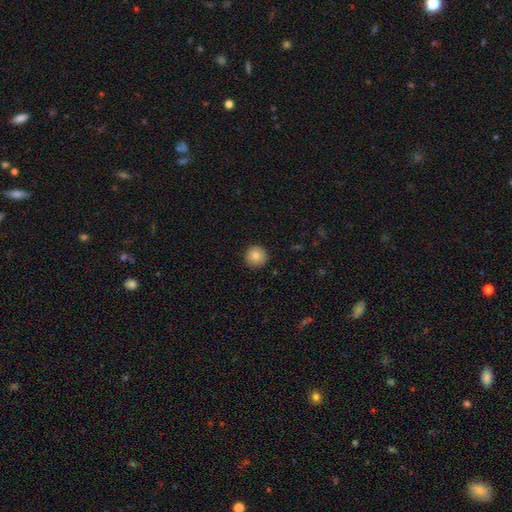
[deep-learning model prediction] The model was most divided on "smooth or featured": smooth: 85%, star or artifact: 9%, featured or disk: 7%. More confident: how rounded — round (95%); merging — none (90%).